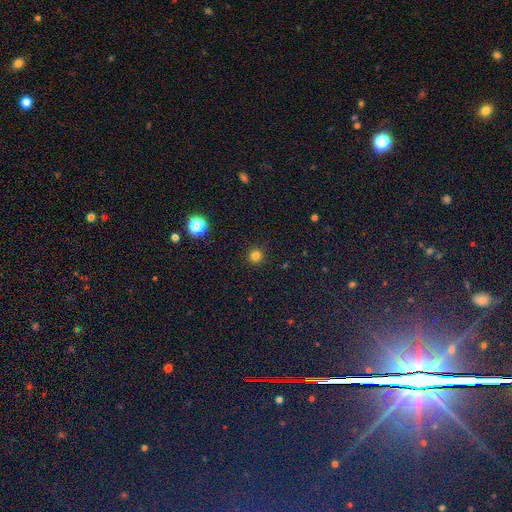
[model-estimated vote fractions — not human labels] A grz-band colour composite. It shows a smooth galaxy with no disk features (80%) that is round (96%). Merging: none (92%).